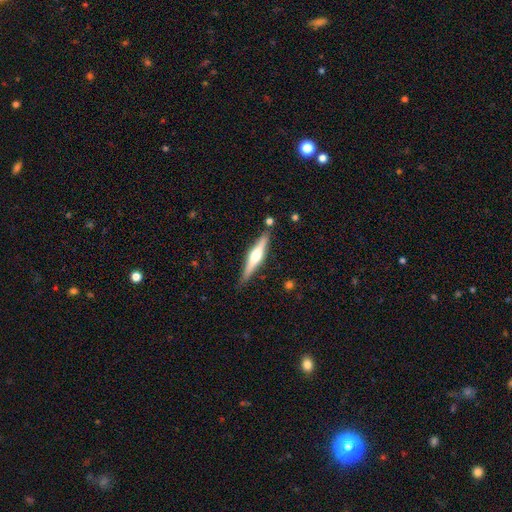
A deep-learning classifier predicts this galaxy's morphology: Overall: featured or disk (64%; smooth 31%). Edge-on disk: yes (97%). Edge-on bulge: rounded (89%). Merging: none (84%).